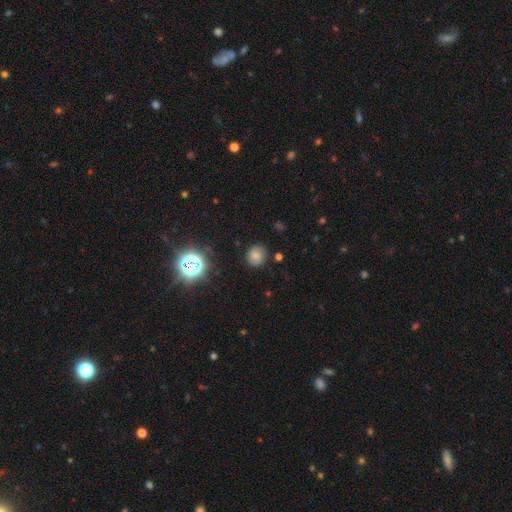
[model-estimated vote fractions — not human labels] A smooth galaxy with no disk features (63%) that is round (82%).

Vote fractions:
- Smooth or featured? smooth: 63% / featured or disk: 19% / star or artifact: 18%
- How rounded? round: 82% / in between: 17% / cigar-shaped: 1%
- Merging? none: 83% / minor disturbance: 12% / major disturbance: 3% / merger: 2%